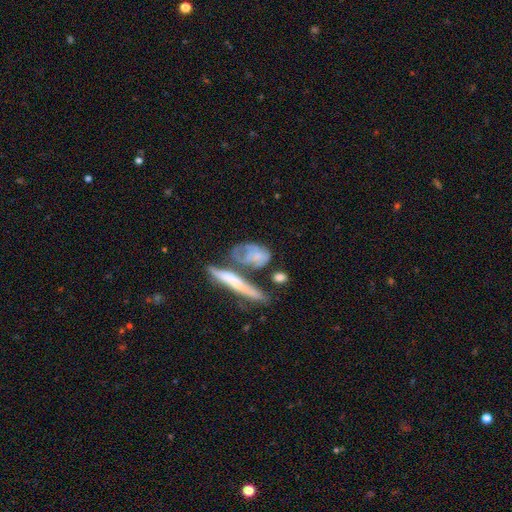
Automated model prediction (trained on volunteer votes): Smooth or featured?
  - smooth: 50% *
  - featured or disk: 43%
  - star or artifact: 8%
Merging?
  - merger: 35% *
  - none: 25%
  - major disturbance: 21%
  - minor disturbance: 19%